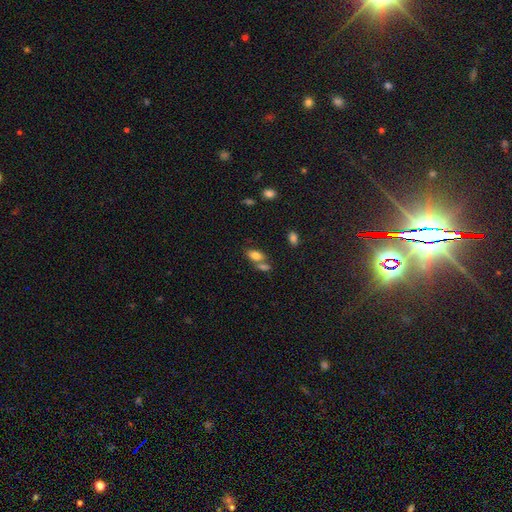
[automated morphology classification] smooth-or-featured: smooth: 79% | featured or disk: 11% | star or artifact: 10%
  how-rounded: in between: 87% | cigar-shaped: 7% | round: 6%
  merging: none: 47% | merger: 37% | minor disturbance: 11% | major disturbance: 5%